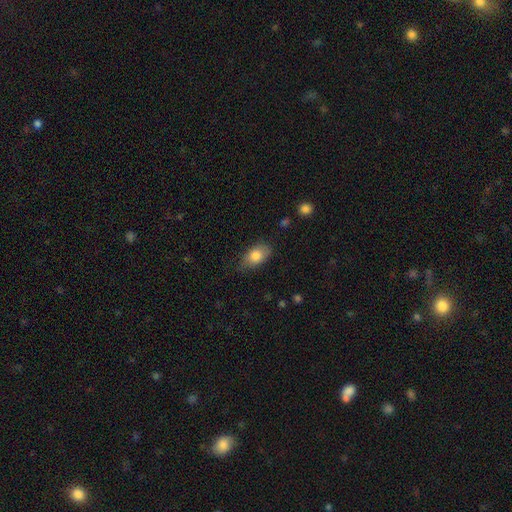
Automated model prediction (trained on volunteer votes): Morphology: type=smooth (81%); roundness=in between (88%); merging=none (74%).